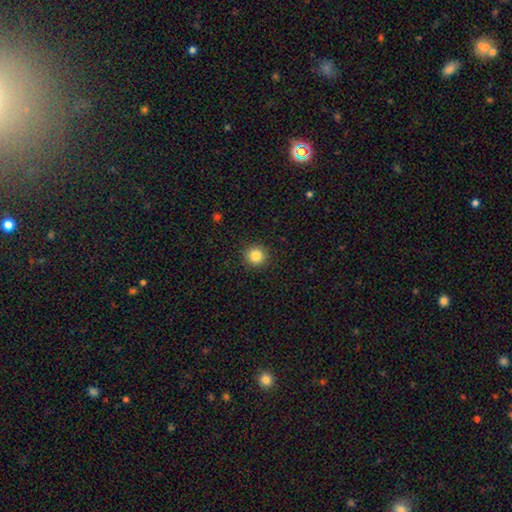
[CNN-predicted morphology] smooth 85%, star or artifact 10%, featured or disk 5%. Down the decision tree: how rounded — round (95%); merging — none (92%).